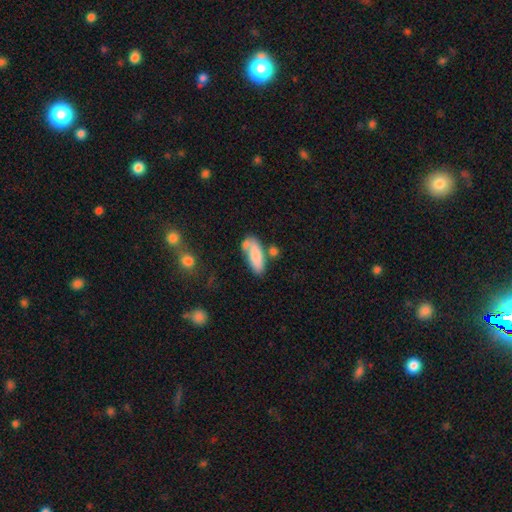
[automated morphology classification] This appears to be a smooth galaxy with no disk features (78%) that is in between round and cigar-shaped (73%). Merging: none (50%).